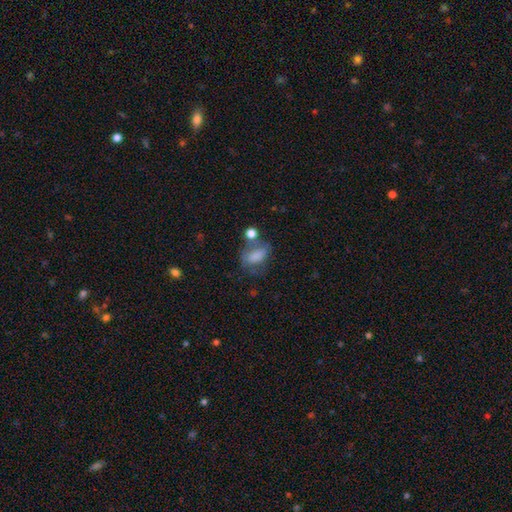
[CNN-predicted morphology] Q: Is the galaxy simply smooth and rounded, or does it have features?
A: smooth — 73%.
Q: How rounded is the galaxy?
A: in between — 81%.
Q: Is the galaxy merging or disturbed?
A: none — 38%.